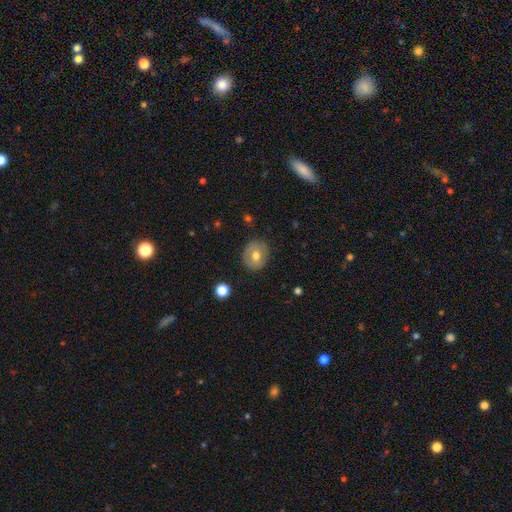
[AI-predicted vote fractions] Q: Smooth or featured?
A: smooth (66%); runner-up: featured or disk (25%)
Q: How rounded?
A: round (75%); runner-up: in between (24%)
Q: Merging?
A: none (82%); runner-up: minor disturbance (13%)